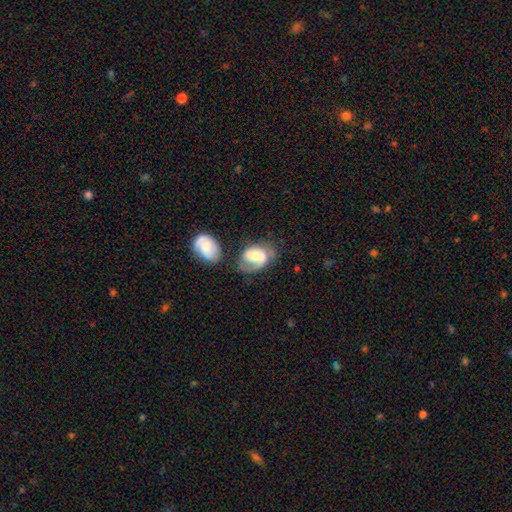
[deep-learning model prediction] Q: Smooth or featured?
A: featured or disk (51%); runner-up: smooth (42%)
Q: Edge-on disk?
A: no (96%); runner-up: yes (4%)
Q: Merging?
A: none (34%); runner-up: minor disturbance (25%)